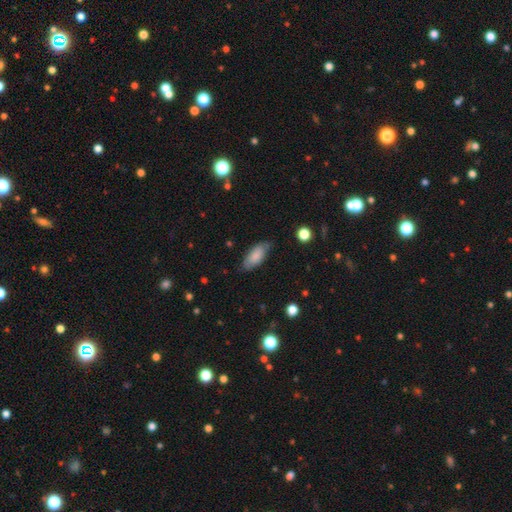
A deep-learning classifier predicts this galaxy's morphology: smooth-or-featured: smooth: 81% | featured or disk: 13% | star or artifact: 6%
  how-rounded: in between: 84% | cigar-shaped: 14% | round: 2%
  merging: none: 74% | minor disturbance: 21% | major disturbance: 4% | merger: 2%